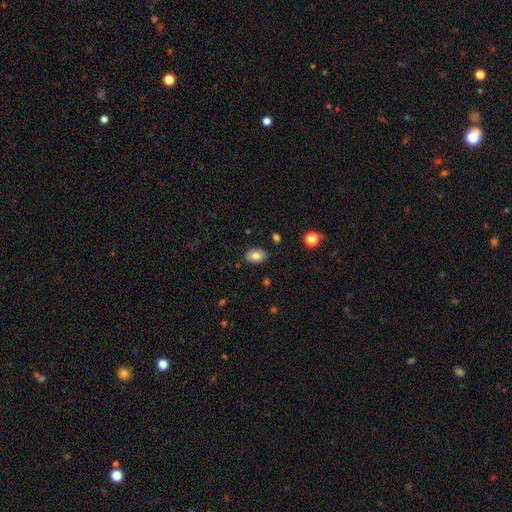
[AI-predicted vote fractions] Overall: smooth (80%). How rounded: in between (90%). Merging: none (84%).